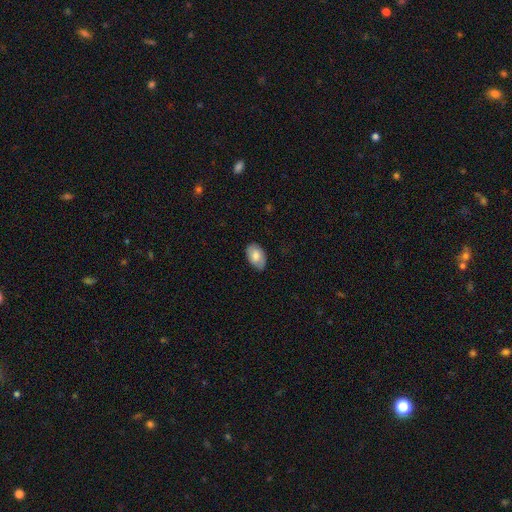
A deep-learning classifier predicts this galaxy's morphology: Smooth or featured? Predicted: smooth (p=0.77). How rounded? Predicted: in between (p=0.91). Merging? Predicted: none (p=0.81).